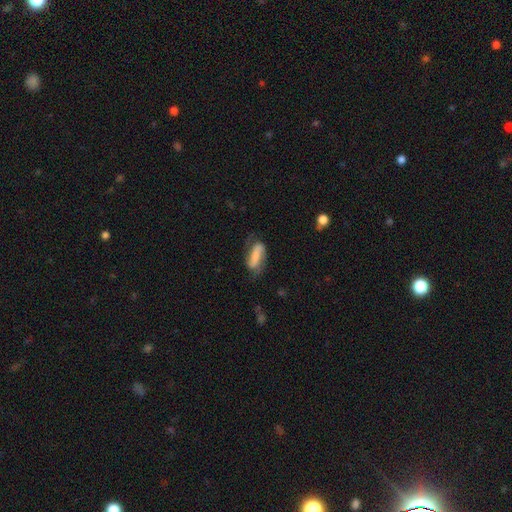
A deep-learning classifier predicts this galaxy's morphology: A featured or disk galaxy (49%). Merging: none (59%).